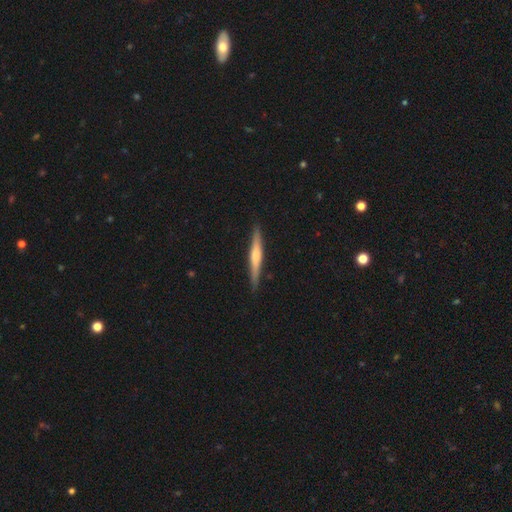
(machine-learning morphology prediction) Smooth or featured? featured or disk (55%)
Edge-on disk? yes (97%)
Edge-on bulge? rounded (61%)
Merging? none (89%)